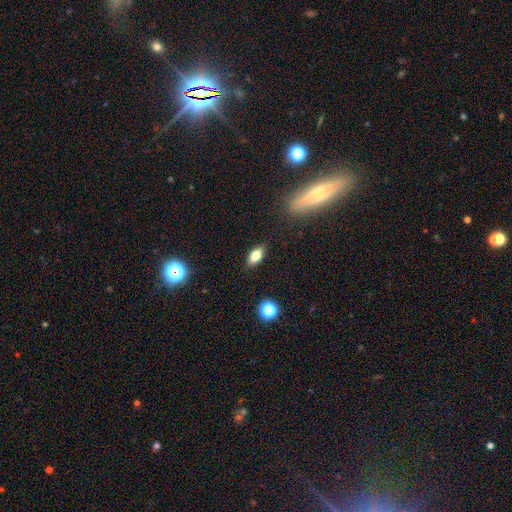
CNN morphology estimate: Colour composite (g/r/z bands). It shows a smooth galaxy with no disk features (75%) that is in between round and cigar-shaped (83%). Merging: none (87%).